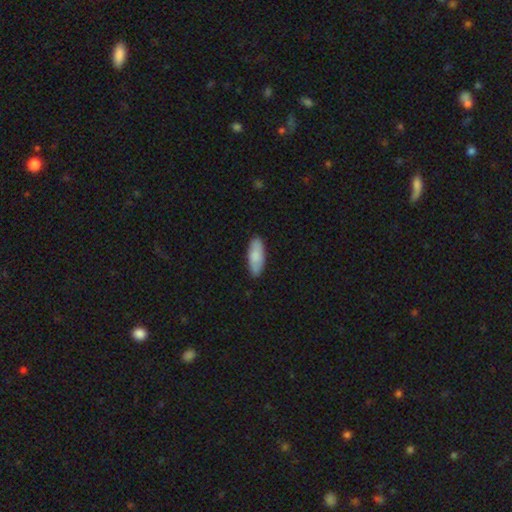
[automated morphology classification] Overall: smooth (83%). How rounded: in between (78%). Merging: none (87%).